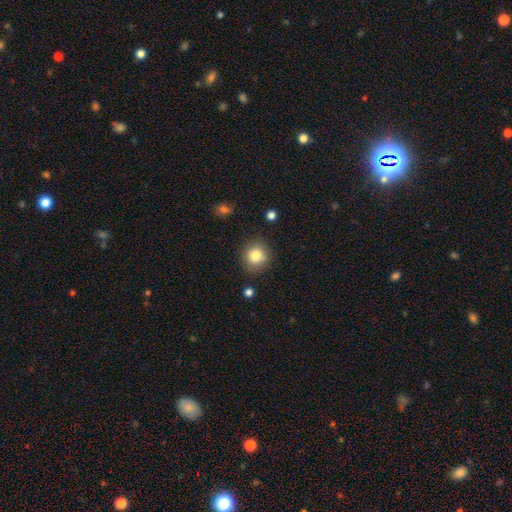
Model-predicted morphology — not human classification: The model was most divided on "smooth or featured": smooth: 82%, star or artifact: 11%, featured or disk: 7%. More confident: how rounded — round (90%); merging — none (87%).